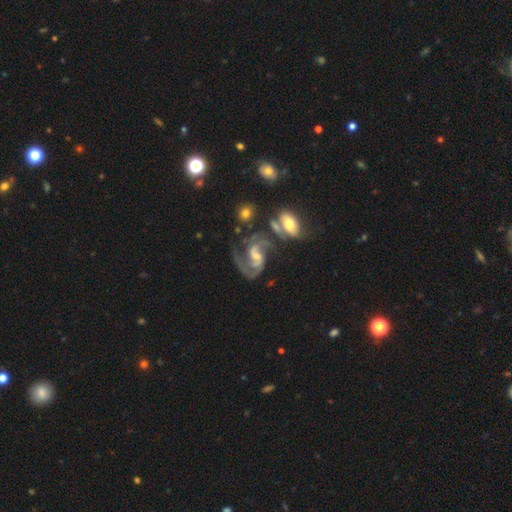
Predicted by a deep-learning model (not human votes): Smooth or featured? featured or disk (90%)
Edge-on disk? no (98%)
Bar? weak (52%)
Spiral arms? yes (97%)
Spiral winding? medium (56%)
Spiral arm count? 2 (85%)
Bulge size? small (47%)
Merging? none (45%)